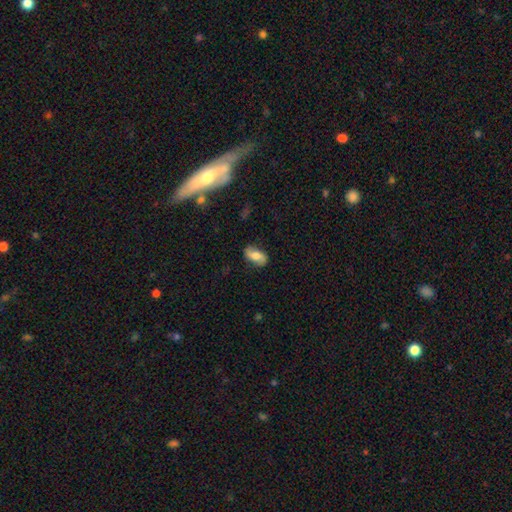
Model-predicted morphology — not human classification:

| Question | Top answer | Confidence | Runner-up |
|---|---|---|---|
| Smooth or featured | smooth | 58% | featured or disk (34%) |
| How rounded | in between | 90% | round (6%) |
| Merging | none | 78% | minor disturbance (16%) |